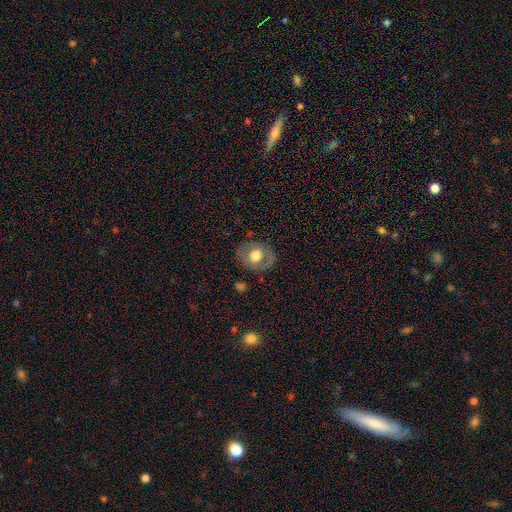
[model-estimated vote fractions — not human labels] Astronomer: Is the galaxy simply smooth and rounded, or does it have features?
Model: smooth — 55% (runner-up: featured or disk, 38%).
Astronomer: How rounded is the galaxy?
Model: round — 60% (runner-up: in between, 39%).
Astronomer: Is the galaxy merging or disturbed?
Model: none — 79%.